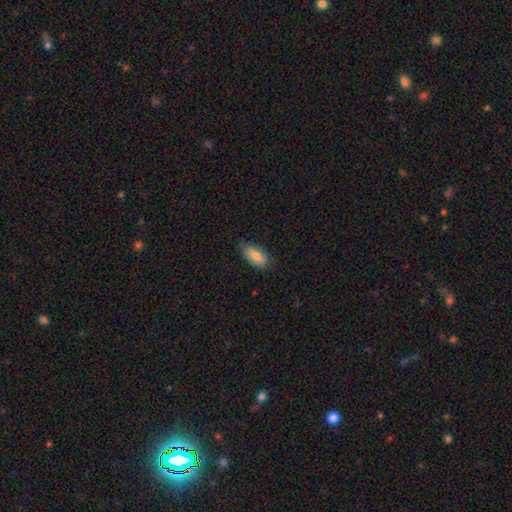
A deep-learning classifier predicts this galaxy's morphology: smooth-or-featured: smooth: 81% | featured or disk: 13% | star or artifact: 6%
  how-rounded: in between: 86% | cigar-shaped: 12% | round: 2%
  merging: none: 75% | minor disturbance: 20% | major disturbance: 3% | merger: 1%